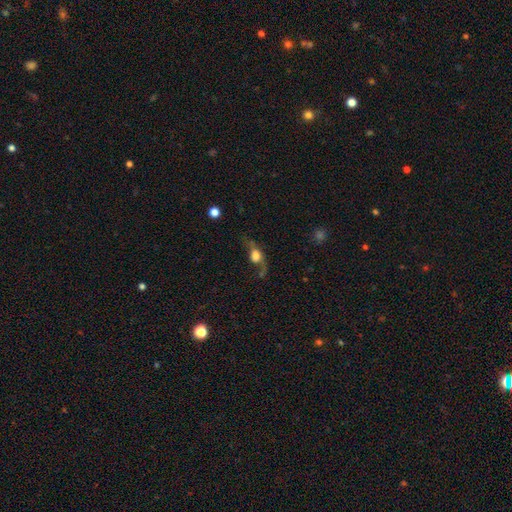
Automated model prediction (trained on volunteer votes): The model was most divided on "smooth or featured": featured or disk: 45%, smooth: 44%, star or artifact: 11%. Remaining: merging — none (39%).